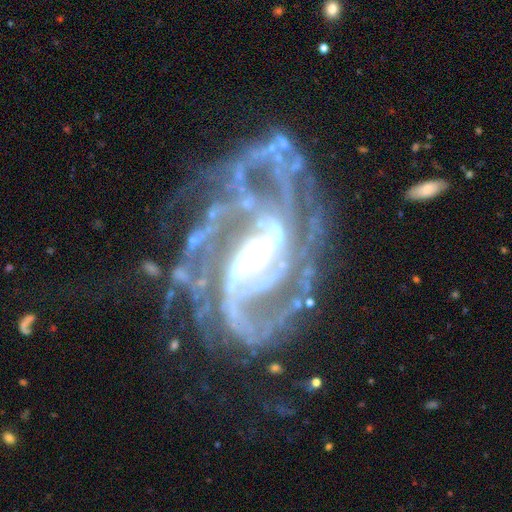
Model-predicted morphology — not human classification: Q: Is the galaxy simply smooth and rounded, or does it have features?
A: featured or disk — 92%.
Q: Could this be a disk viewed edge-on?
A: no — 98%.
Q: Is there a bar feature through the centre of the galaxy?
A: weak — 36%.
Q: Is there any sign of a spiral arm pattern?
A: yes — 98%.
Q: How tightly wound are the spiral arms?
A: medium — 47%.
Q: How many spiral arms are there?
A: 2 — 37%.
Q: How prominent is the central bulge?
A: small — 46%.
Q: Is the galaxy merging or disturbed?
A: none — 57%.